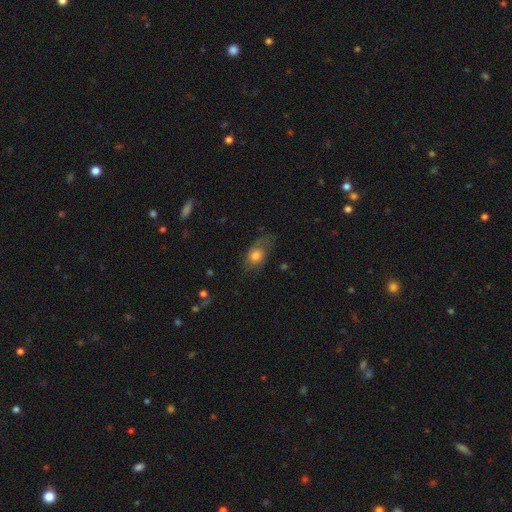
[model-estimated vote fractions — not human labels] Smooth or featured?
  - smooth: 53% *
  - featured or disk: 38%
  - star or artifact: 9%
How rounded?
  - in between: 74% *
  - round: 22%
  - cigar-shaped: 3%
Merging?
  - none: 52% *
  - minor disturbance: 27%
  - major disturbance: 19%
  - merger: 2%